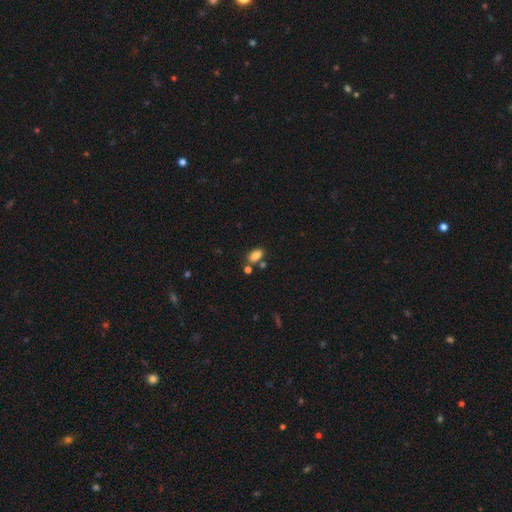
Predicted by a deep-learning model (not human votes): Smooth or featured? smooth (84%)
How rounded? in between (90%)
Merging? none (68%)